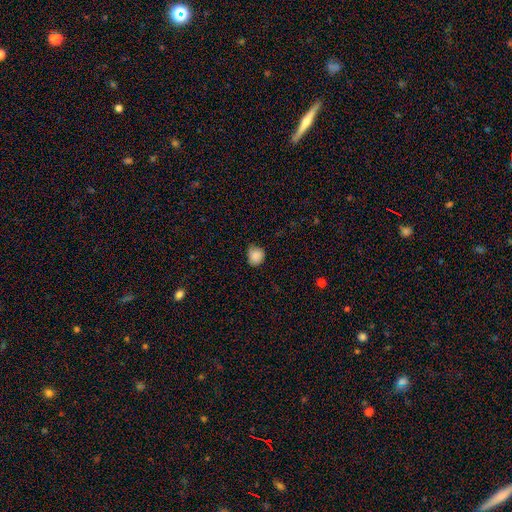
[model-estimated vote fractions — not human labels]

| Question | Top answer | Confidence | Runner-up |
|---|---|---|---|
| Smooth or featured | smooth | 86% | star or artifact (9%) |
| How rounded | round | 75% | in between (24%) |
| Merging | none | 62% | minor disturbance (32%) |